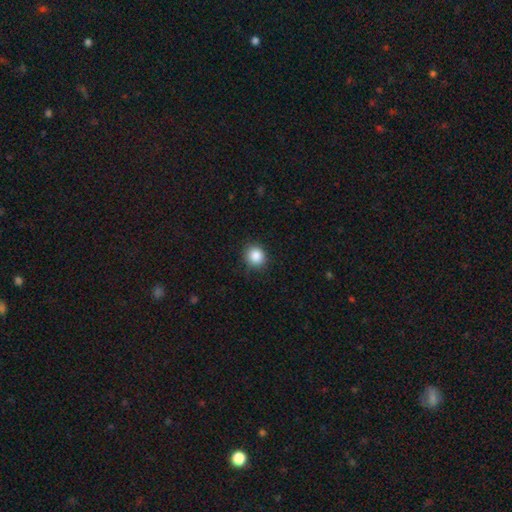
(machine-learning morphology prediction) A smooth galaxy with no disk features (87%) that is round (84%). Merging: none (86%).